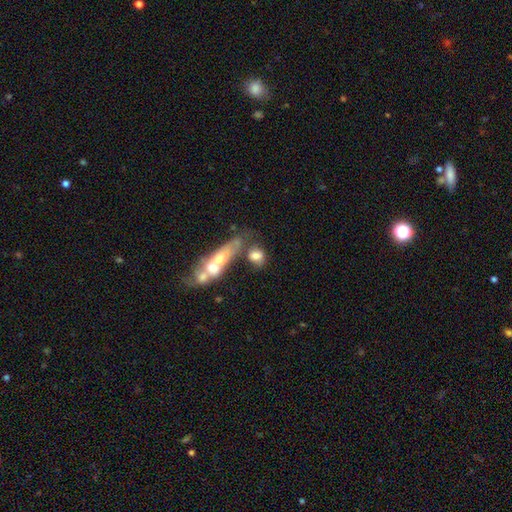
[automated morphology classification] The model was most divided on "how rounded": in between: 50%, round: 42%, cigar-shaped: 8%. Remaining: smooth or featured — smooth (69%); merging — merger (42%).